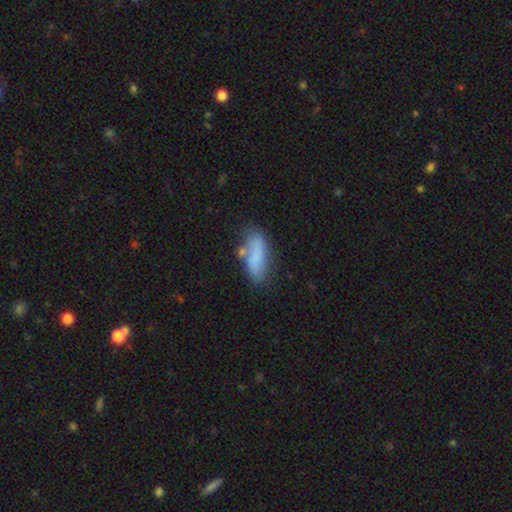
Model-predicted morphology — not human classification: Smooth or featured?
  - smooth: 74% *
  - featured or disk: 18%
  - star or artifact: 8%
How rounded?
  - in between: 63% *
  - cigar-shaped: 35%
  - round: 2%
Merging?
  - none: 61% *
  - minor disturbance: 22%
  - merger: 10%
  - major disturbance: 7%